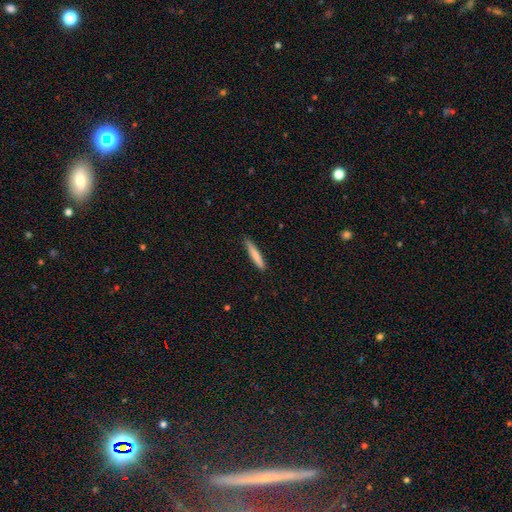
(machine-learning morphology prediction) Overall: smooth (78%). How rounded: cigar-shaped (93%). Merging: none (86%).